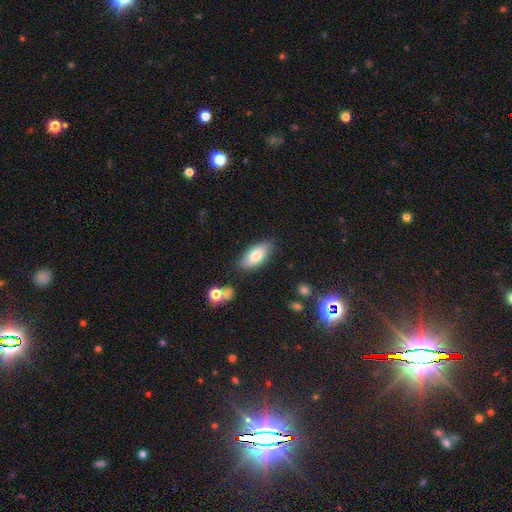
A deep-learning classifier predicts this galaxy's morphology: A smooth galaxy with no disk features (76%) that is in between round and cigar-shaped (86%).

Vote fractions:
- Smooth or featured? smooth: 76% / featured or disk: 17% / star or artifact: 7%
- How rounded? in between: 86% / cigar-shaped: 11% / round: 3%
- Merging? none: 79% / minor disturbance: 14% / merger: 3% / major disturbance: 3%